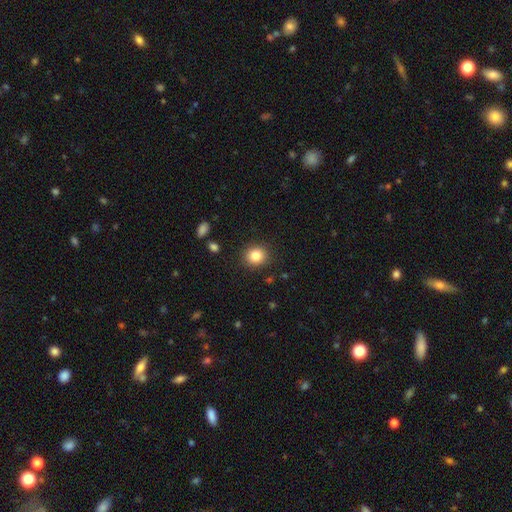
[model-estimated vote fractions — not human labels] smooth-or-featured: smooth: 84% | star or artifact: 10% | featured or disk: 6%
  how-rounded: round: 85% | in between: 14% | cigar-shaped: 1%
  merging: none: 89% | minor disturbance: 7% | major disturbance: 2% | merger: 1%